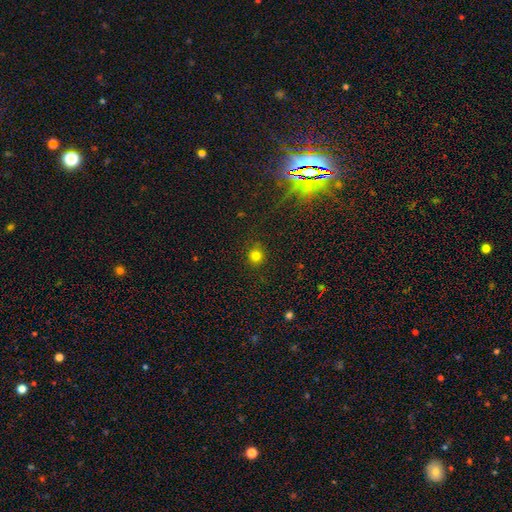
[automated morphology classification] smooth 79%, star or artifact 16%, featured or disk 5%. Down the decision tree: how rounded — round (91%); merging — none (88%).